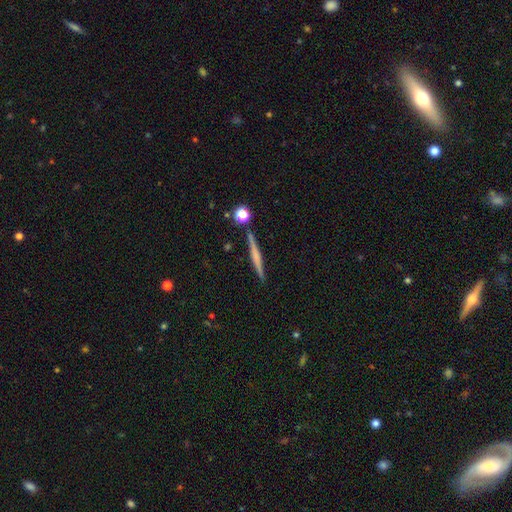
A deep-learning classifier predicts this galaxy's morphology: featured or disk 57%, smooth 37%, star or artifact 7%. Down the decision tree: edge-on disk — yes (98%); edge-on bulge — none (52%); merging — none (88%).